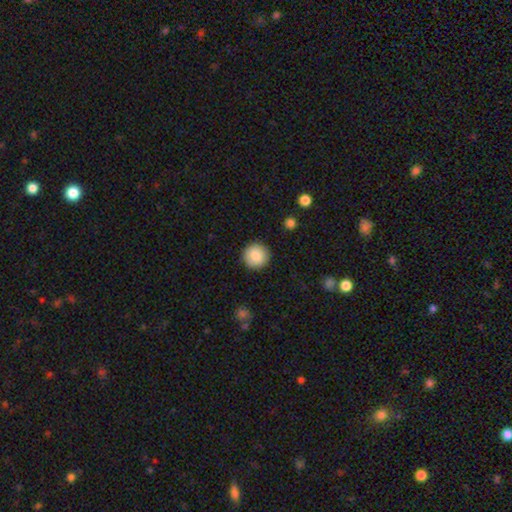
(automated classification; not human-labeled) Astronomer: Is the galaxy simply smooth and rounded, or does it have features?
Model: smooth — 86%.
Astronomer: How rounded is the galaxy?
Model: round — 95%.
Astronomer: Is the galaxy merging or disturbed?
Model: none — 91%.